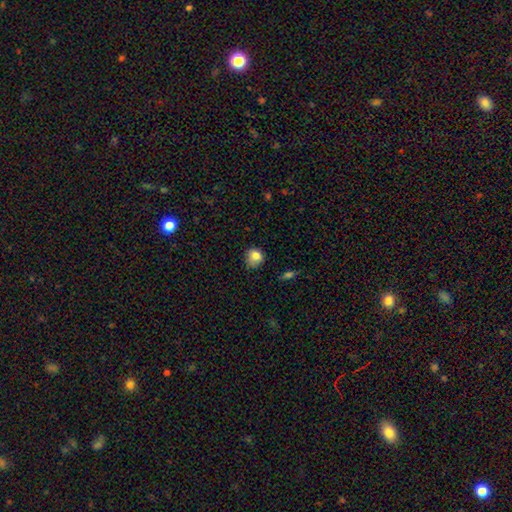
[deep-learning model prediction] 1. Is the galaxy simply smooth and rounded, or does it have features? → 82% smooth, 10% star or artifact, 8% featured or disk.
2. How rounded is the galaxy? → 79% round, 20% in between, 1% cigar-shaped.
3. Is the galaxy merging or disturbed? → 61% none, 30% minor disturbance, 7% major disturbance, 2% merger.